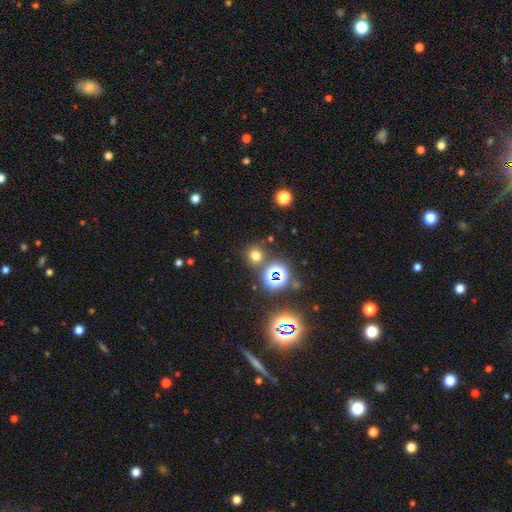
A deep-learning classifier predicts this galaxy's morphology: smooth_or_featured: smooth (p=0.65) [alt: star or artifact p=0.28]
how_rounded: round (p=0.91) [alt: in between p=0.08]
merging: none (p=0.82) [alt: merger p=0.07]